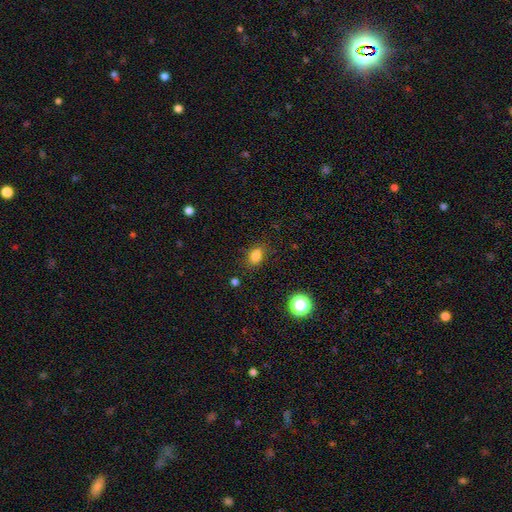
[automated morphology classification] The model was most divided on "how rounded": in between: 74%, round: 24%, cigar-shaped: 2%. More confident: smooth or featured — smooth (81%); merging — none (78%).